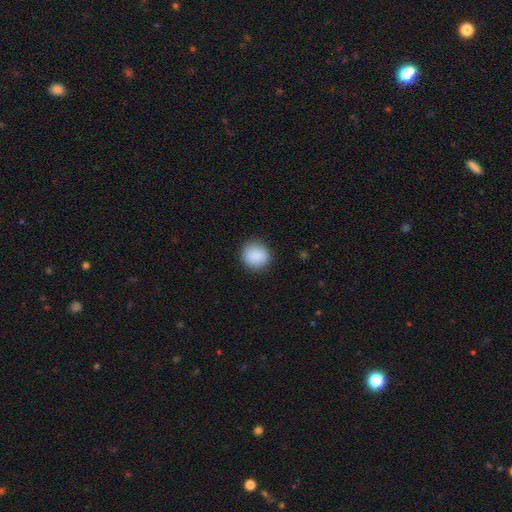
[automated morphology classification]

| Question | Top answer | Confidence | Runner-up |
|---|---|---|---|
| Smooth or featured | smooth | 89% | star or artifact (8%) |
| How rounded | round | 84% | in between (15%) |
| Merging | none | 87% | minor disturbance (9%) |